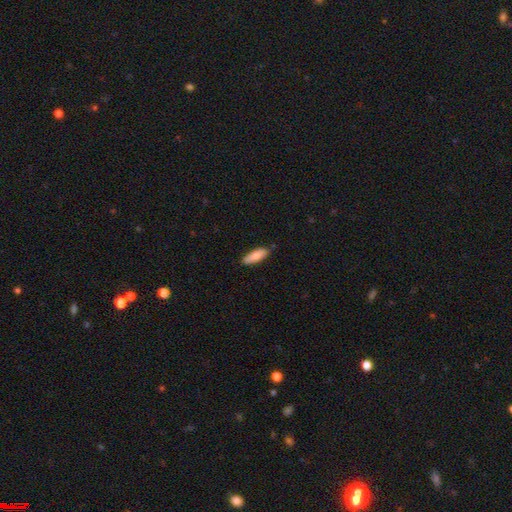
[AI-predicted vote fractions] Smooth or featured? smooth (83%)
How rounded? in between (58%)
Merging? none (82%)